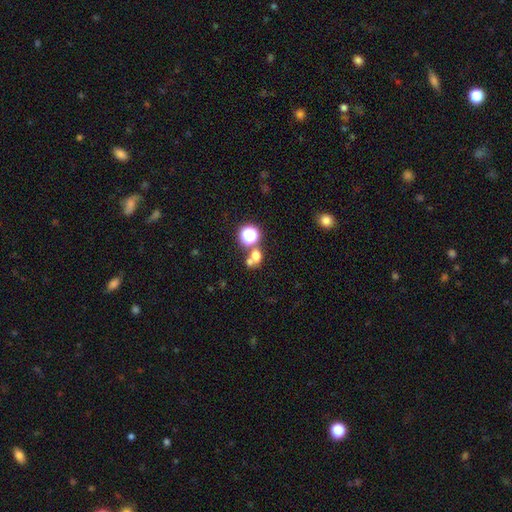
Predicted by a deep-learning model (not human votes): Smooth or featured?
  - smooth: 62% *
  - star or artifact: 25%
  - featured or disk: 13%
How rounded?
  - round: 68% *
  - in between: 30%
  - cigar-shaped: 1%
Merging?
  - none: 45% *
  - merger: 42%
  - minor disturbance: 8%
  - major disturbance: 5%